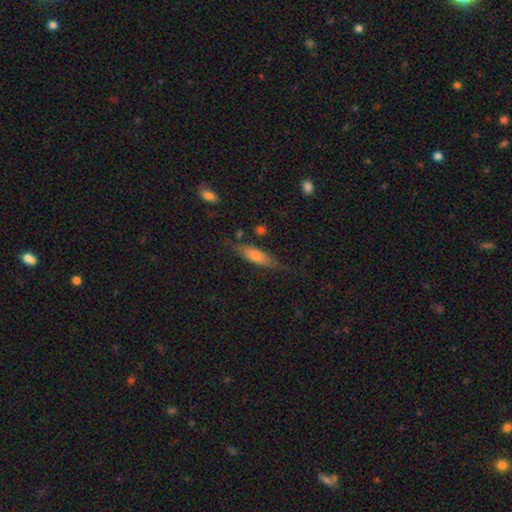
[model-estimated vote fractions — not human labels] Overall: smooth (71%). How rounded: cigar-shaped (56%; in between 41%). Merging: none (69%).